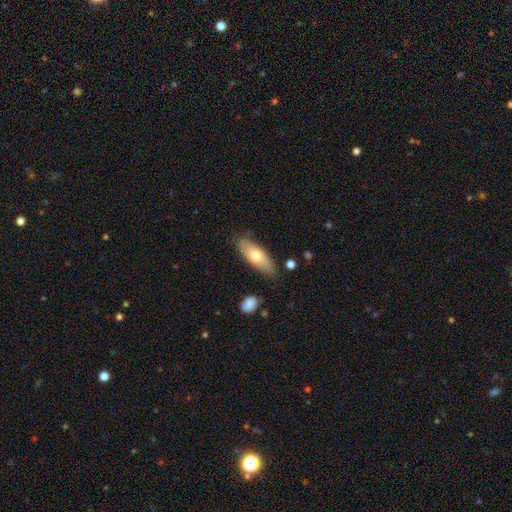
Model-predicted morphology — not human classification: smooth_or_featured: smooth (p=0.67) [alt: featured or disk p=0.27]
how_rounded: in between (p=0.70) [alt: cigar-shaped p=0.28]
merging: none (p=0.79) [alt: minor disturbance p=0.16]